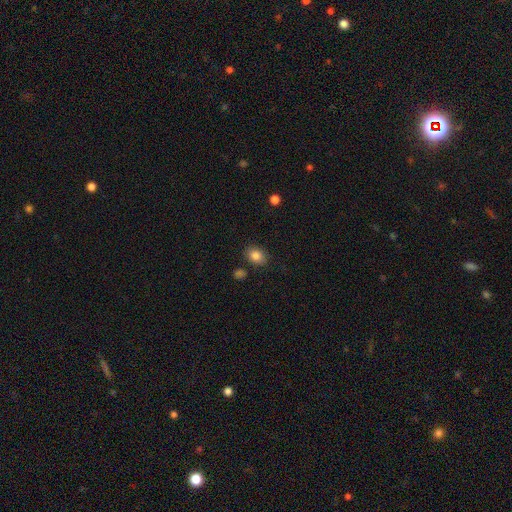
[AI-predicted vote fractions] A smooth galaxy with no disk features (84%) that is in between round and cigar-shaped (57%).

Vote fractions:
- Smooth or featured? smooth: 84% / star or artifact: 10% / featured or disk: 6%
- How rounded? in between: 57% / round: 42% / cigar-shaped: 1%
- Merging? none: 83% / minor disturbance: 11% / merger: 3% / major disturbance: 3%